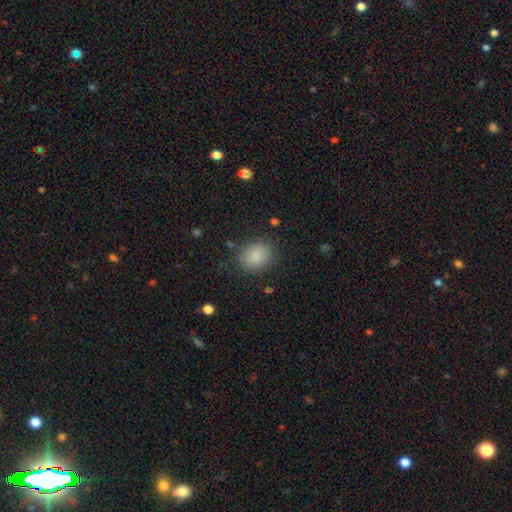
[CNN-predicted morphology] Smooth or featured? Predicted: smooth (p=0.85). How rounded? Predicted: round (p=0.60). Merging? Predicted: none (p=0.80).